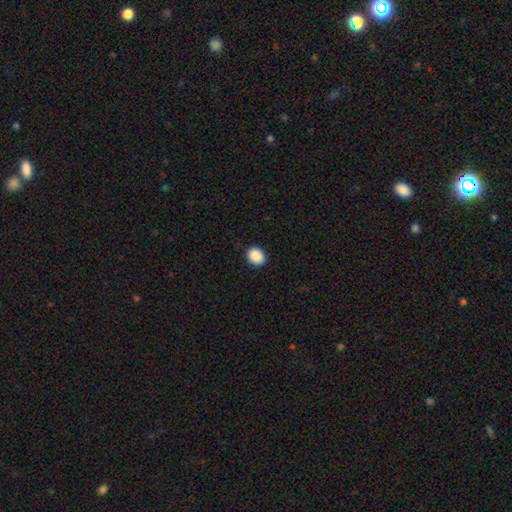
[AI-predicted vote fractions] A smooth galaxy with no disk features (90%) that is round (51%). Merging: none (90%).